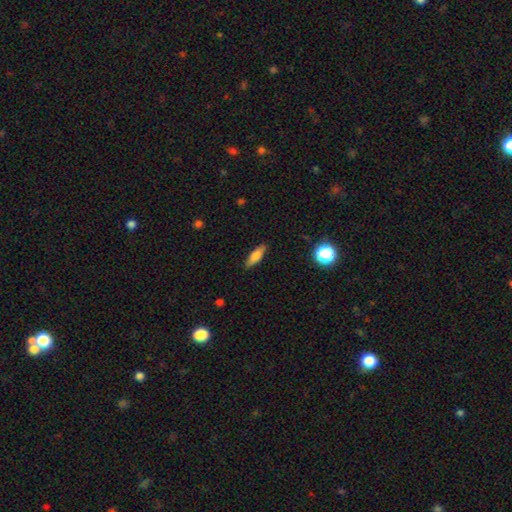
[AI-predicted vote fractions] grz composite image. It shows a smooth galaxy with no disk features (75%) that is cigar-shaped (51%). Merging: none (87%).